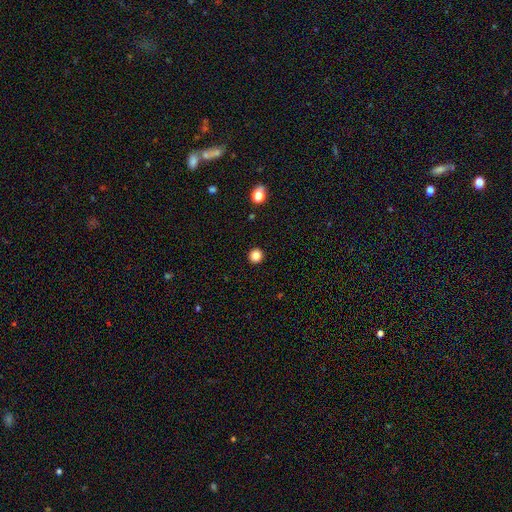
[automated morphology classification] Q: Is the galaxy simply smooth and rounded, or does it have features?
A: smooth — 85%.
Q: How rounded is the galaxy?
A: round — 95%.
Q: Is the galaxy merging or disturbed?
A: none — 94%.